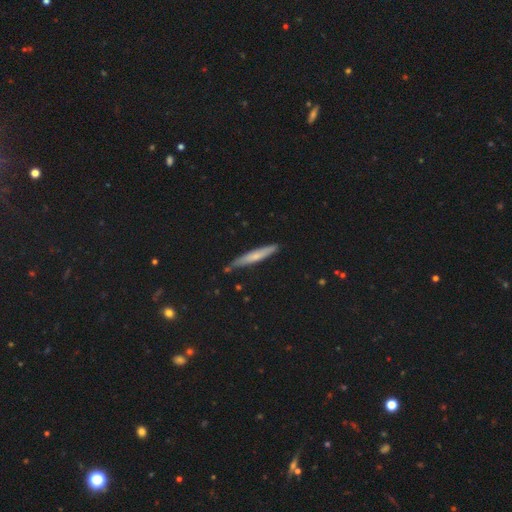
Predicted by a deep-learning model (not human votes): This appears to be a smooth galaxy with no disk features (59%) that is cigar-shaped (94%). Merging: none (77%).